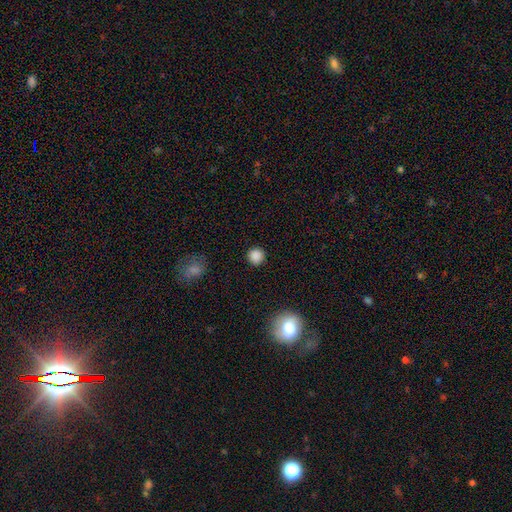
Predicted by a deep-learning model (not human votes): Smooth or featured? smooth (86%)
How rounded? round (94%)
Merging? none (90%)